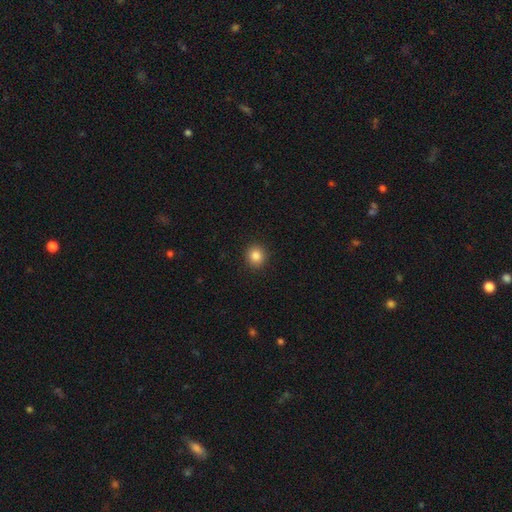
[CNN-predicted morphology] type=smooth (85%); roundness=round (88%); merging=none (92%).